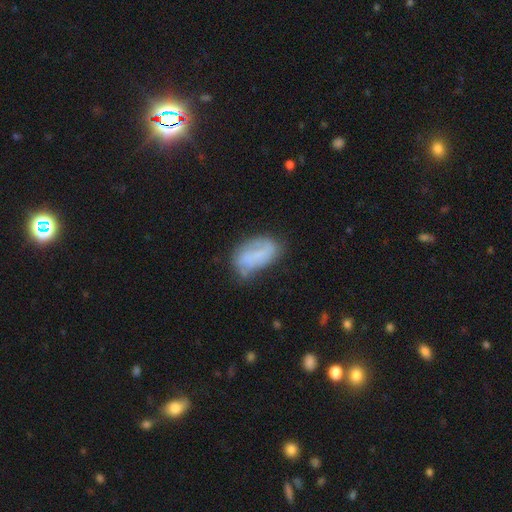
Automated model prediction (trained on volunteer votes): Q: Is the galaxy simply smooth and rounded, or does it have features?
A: smooth — 49%.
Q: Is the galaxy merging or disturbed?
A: none — 51%.